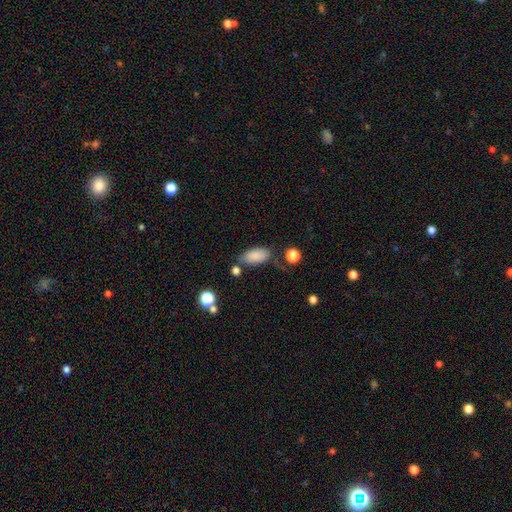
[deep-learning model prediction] This is clearly a smooth galaxy (86%). How rounded: clearly in between (90%). Merging: likely none (66%).